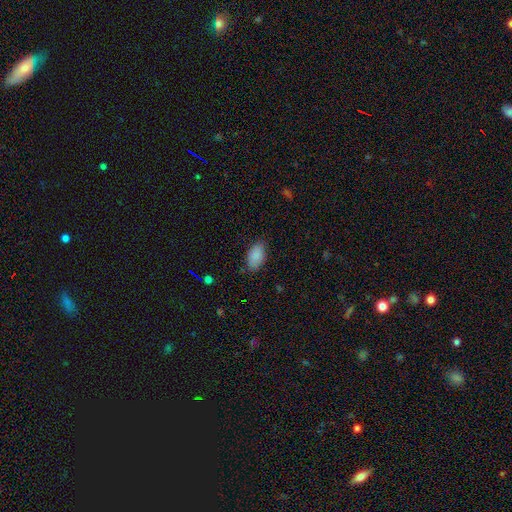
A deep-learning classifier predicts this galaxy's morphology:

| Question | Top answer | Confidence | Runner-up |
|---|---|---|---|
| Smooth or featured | smooth | 88% | star or artifact (8%) |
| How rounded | in between | 93% | round (5%) |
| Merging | none | 80% | minor disturbance (16%) |